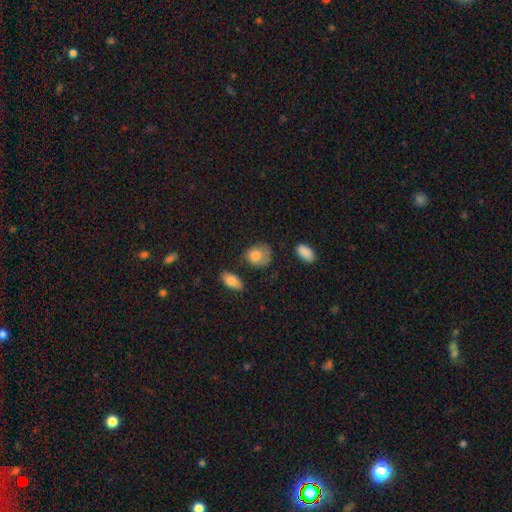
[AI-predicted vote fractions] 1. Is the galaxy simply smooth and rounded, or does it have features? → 80% smooth, 13% featured or disk, 7% star or artifact.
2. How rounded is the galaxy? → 52% round, 47% in between, 1% cigar-shaped.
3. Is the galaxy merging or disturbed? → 48% none, 33% minor disturbance, 14% major disturbance, 5% merger.